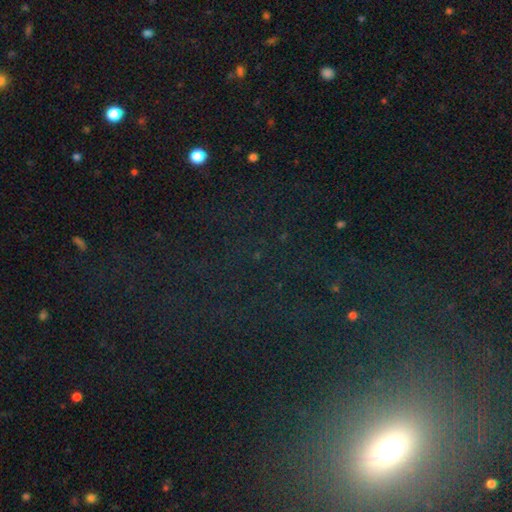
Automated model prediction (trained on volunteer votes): smooth-or-featured: star or artifact: 77% | smooth: 13% | featured or disk: 10%